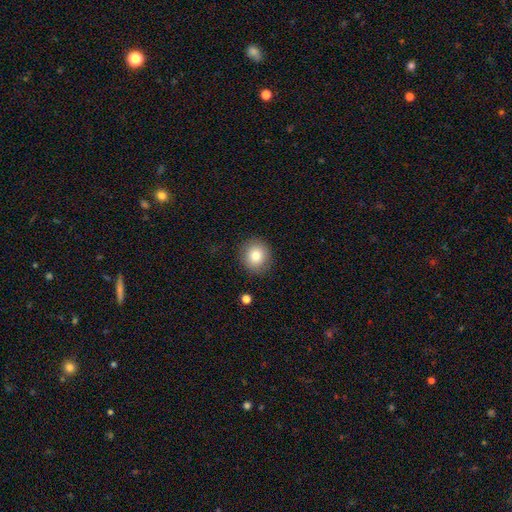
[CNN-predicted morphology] smooth 82%, star or artifact 9%, featured or disk 9%. Down the decision tree: how rounded — round (86%); merging — none (89%).